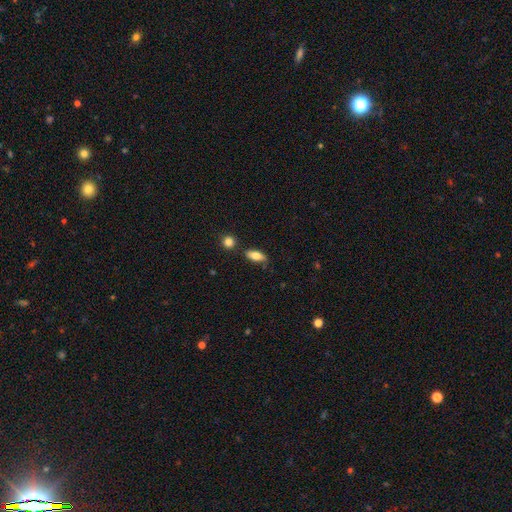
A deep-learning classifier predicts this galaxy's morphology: smooth-or-featured: smooth: 76% | featured or disk: 17% | star or artifact: 7%
  how-rounded: in between: 78% | cigar-shaped: 18% | round: 4%
  merging: none: 73% | minor disturbance: 18% | merger: 6% | major disturbance: 4%